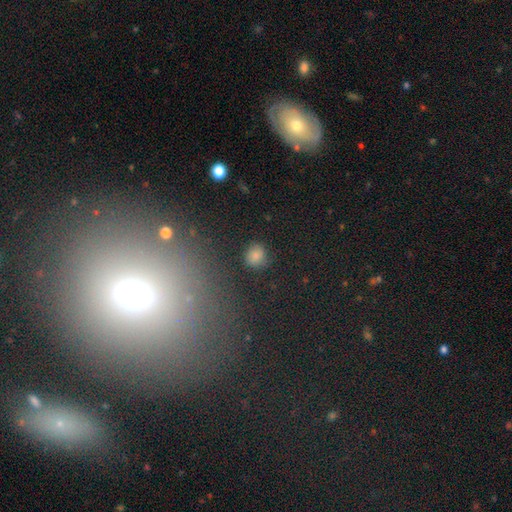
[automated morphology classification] Q: Smooth or featured?
A: smooth (79%); runner-up: star or artifact (14%)
Q: How rounded?
A: round (80%); runner-up: in between (19%)
Q: Merging?
A: none (78%); runner-up: minor disturbance (14%)